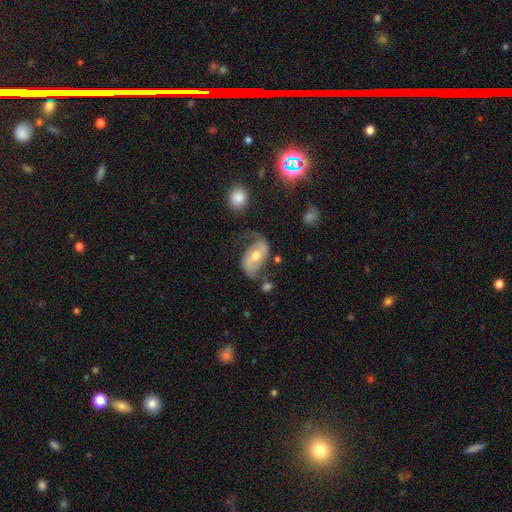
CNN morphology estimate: Smooth or featured? featured or disk (77%)
Edge-on disk? no (96%)
Bar? weak (38%)
Spiral arms? yes (89%)
Spiral winding? loose (47%)
Spiral arm count? 2 (87%)
Bulge size? moderate (70%)
Merging? none (54%)